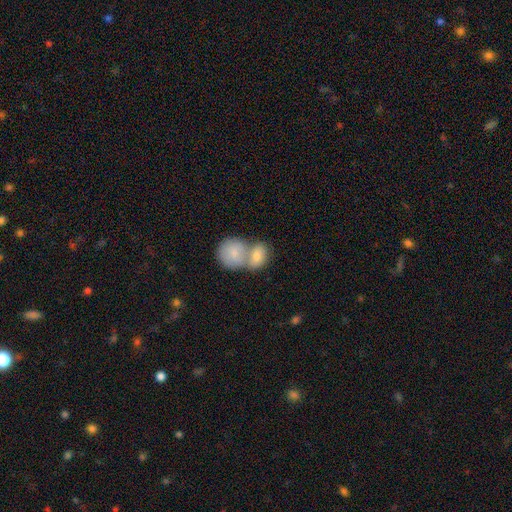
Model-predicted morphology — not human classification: This is likely a smooth galaxy (76%). How rounded: possibly in between (56%). Merging: likely merger (69%).